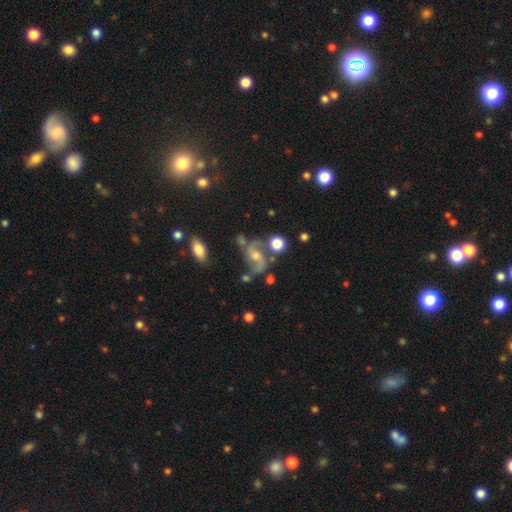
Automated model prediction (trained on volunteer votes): A featured or disk galaxy (81%) with no bar (53%), 2 (91%) loose (48%) spiral arms (95%) and a moderate central bulge (56%).

Vote fractions:
- Smooth or featured? featured or disk: 81% / smooth: 10% / star or artifact: 9%
- Edge-on disk? no: 96% / yes: 4%
- Bar? no: 53% / weak: 36% / strong: 10%
- Spiral arms? yes: 95% / no: 5%
- Spiral winding? loose: 48% / medium: 42% / tight: 11%
- Spiral arm count? 2: 91% / can't tell: 3% / 1: 2% / 3: 2% / 4: 1% / more than 4: 1%
- Bulge size? moderate: 56% / small: 32% / large: 6% / none: 4% / dominant: 2%
- Merging? none: 58% / minor disturbance: 19% / merger: 12% / major disturbance: 10%